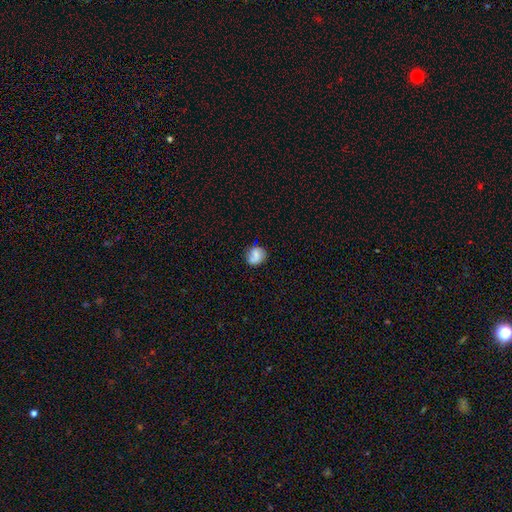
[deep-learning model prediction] Smooth or featured?
  - smooth: 63% *
  - featured or disk: 27%
  - star or artifact: 10%
How rounded?
  - round: 76% *
  - in between: 23%
  - cigar-shaped: 1%
Merging?
  - none: 71% *
  - minor disturbance: 19%
  - major disturbance: 7%
  - merger: 4%